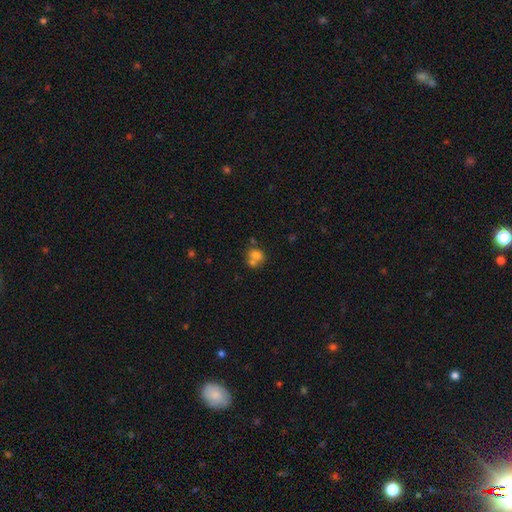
Smooth or featured: smooth — 65% (featured or disk — 30%)
How rounded: in between — 54% (round — 46%)
Merging: merger — 79% (minor disturbance — 8%)